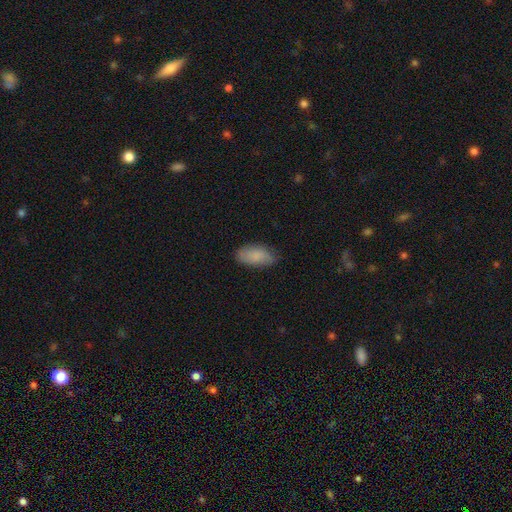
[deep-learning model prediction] smooth-or-featured: smooth: 82% | featured or disk: 12% | star or artifact: 6%
  how-rounded: in between: 93% | cigar-shaped: 5% | round: 3%
  merging: none: 78% | minor disturbance: 18% | major disturbance: 3% | merger: 1%